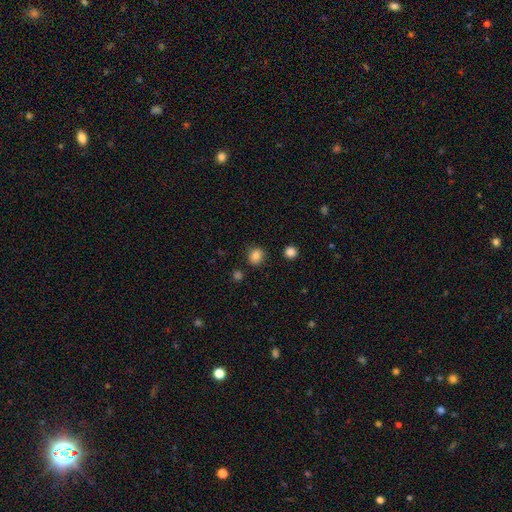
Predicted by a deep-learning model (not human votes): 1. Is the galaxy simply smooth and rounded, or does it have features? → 84% smooth, 11% star or artifact, 5% featured or disk.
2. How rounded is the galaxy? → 82% round, 17% in between, 1% cigar-shaped.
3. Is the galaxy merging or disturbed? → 86% none, 9% minor disturbance, 3% merger, 2% major disturbance.